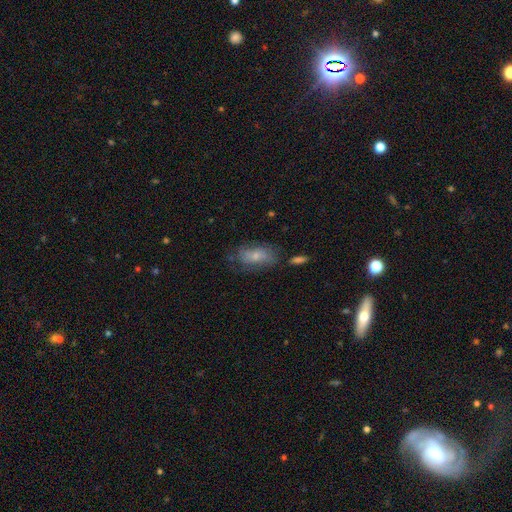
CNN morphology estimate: smooth-or-featured: smooth: 60% | featured or disk: 31% | star or artifact: 8%
  how-rounded: in between: 87% | round: 7% | cigar-shaped: 6%
  merging: none: 58% | minor disturbance: 24% | major disturbance: 13% | merger: 5%